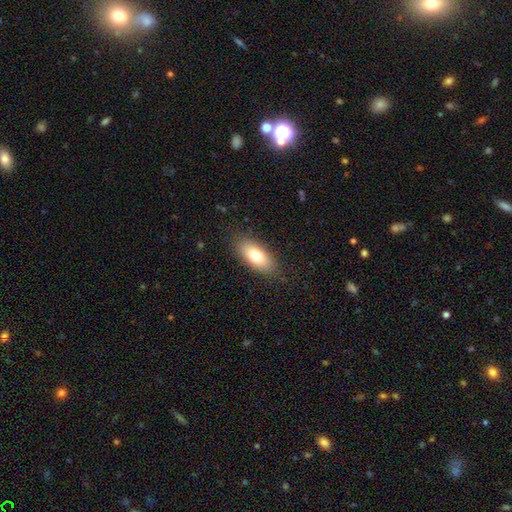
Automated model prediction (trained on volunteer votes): The model was most divided on "smooth or featured": smooth: 76%, featured or disk: 17%, star or artifact: 7%. More confident: how rounded — in between (86%); merging — none (84%).